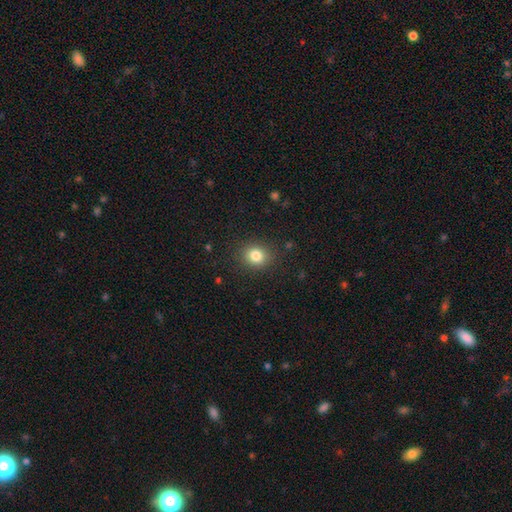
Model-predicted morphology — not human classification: A smooth galaxy with no disk features (82%) that is round (69%). Merging: none (87%).